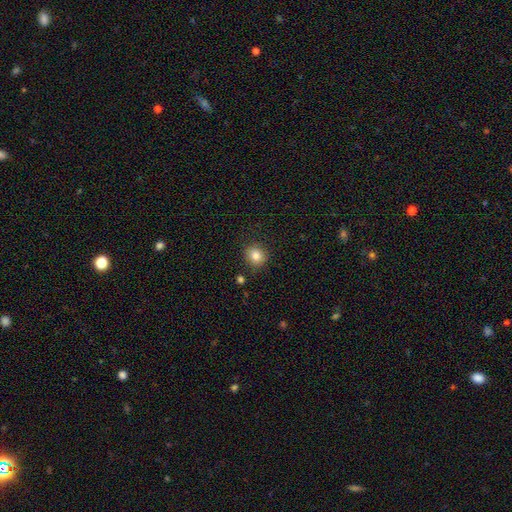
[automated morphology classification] smooth_or_featured: smooth (p=0.83) [alt: star or artifact p=0.11]
how_rounded: round (p=0.82) [alt: in between p=0.17]
merging: none (p=0.86) [alt: minor disturbance p=0.09]